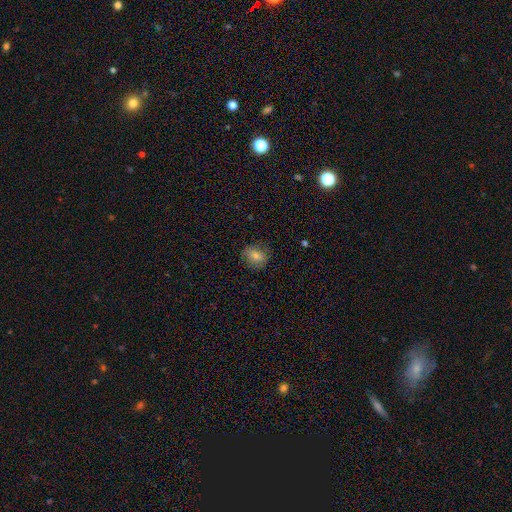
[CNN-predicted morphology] This appears to be a smooth galaxy with no disk features (70%) that is round (58%). Merging: none (78%).